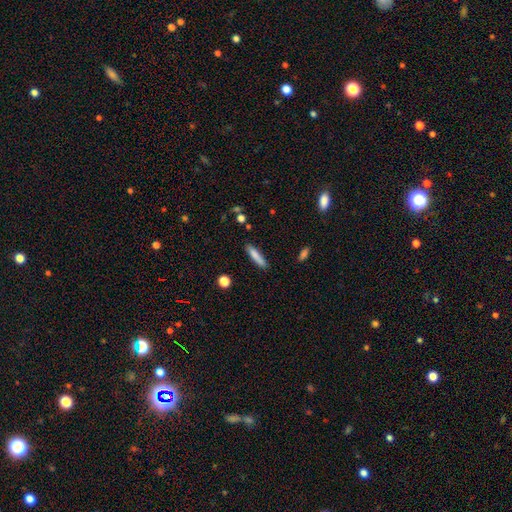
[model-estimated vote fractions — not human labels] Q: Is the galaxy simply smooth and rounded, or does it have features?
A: smooth — 81%.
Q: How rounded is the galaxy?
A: cigar-shaped — 84%.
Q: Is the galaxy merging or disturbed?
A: none — 85%.